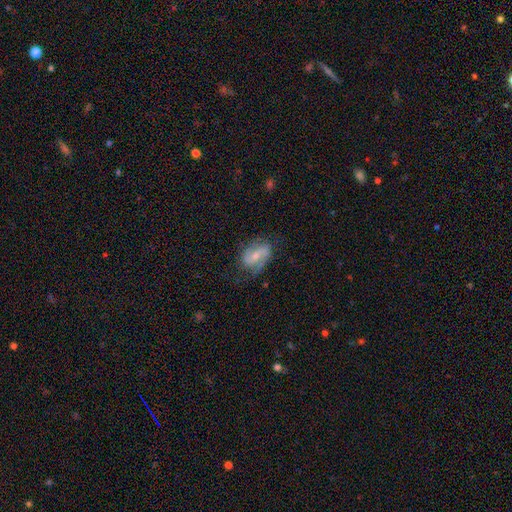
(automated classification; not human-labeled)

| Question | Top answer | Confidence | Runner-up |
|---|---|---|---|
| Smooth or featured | featured or disk | 71% | smooth (23%) |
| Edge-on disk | no | 97% | yes (3%) |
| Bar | weak | 42% | no (41%) |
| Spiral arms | yes | 90% | no (10%) |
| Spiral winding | medium | 45% | loose (33%) |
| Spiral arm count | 2 | 82% | can't tell (9%) |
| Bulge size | moderate | 49% | small (45%) |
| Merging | none | 66% | minor disturbance (22%) |